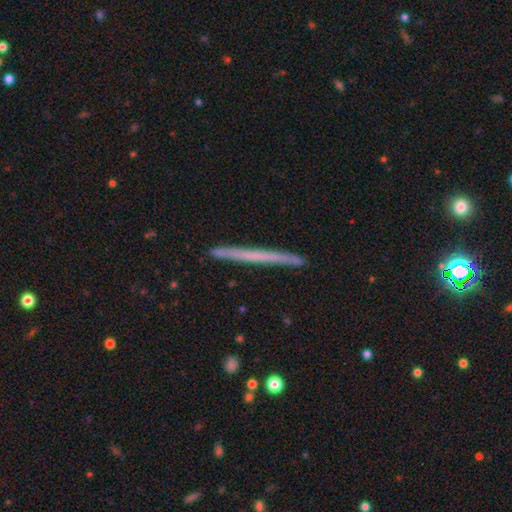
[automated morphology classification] smooth-or-featured: featured or disk: 49% | smooth: 44% | star or artifact: 7%
  merging: none: 92% | minor disturbance: 6% | major disturbance: 1% | merger: 1%